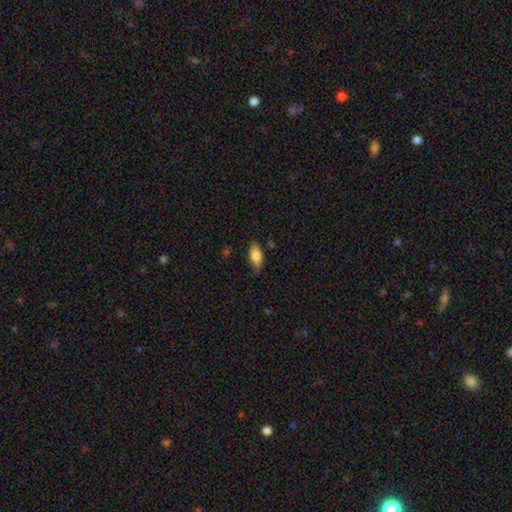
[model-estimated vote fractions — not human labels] smooth_or_featured: smooth (p=0.79) [alt: featured or disk p=0.14]
how_rounded: in between (p=0.85) [alt: cigar-shaped p=0.12]
merging: none (p=0.66) [alt: minor disturbance p=0.27]